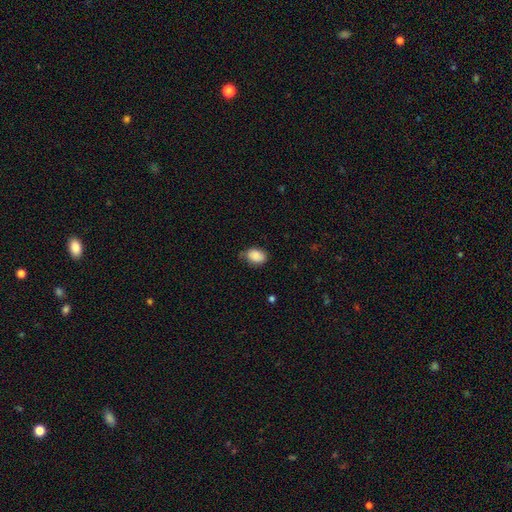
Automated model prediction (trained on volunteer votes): Overall: smooth (86%). How rounded: in between (78%). Merging: none (63%; minor disturbance 30%).